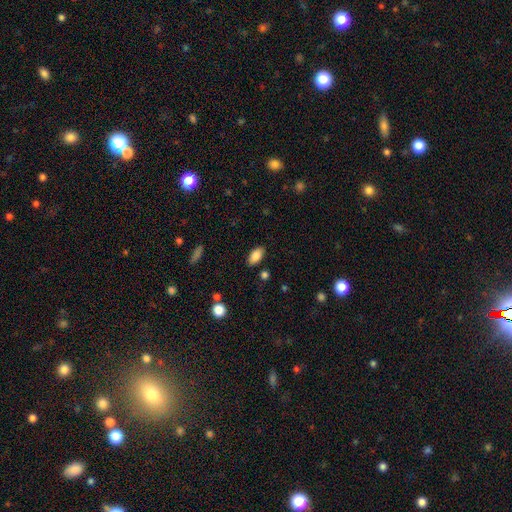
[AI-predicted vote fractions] A smooth galaxy with no disk features (86%) that is in between round and cigar-shaped (93%).

Vote fractions:
- Smooth or featured? smooth: 86% / star or artifact: 8% / featured or disk: 7%
- How rounded? in between: 93% / cigar-shaped: 4% / round: 3%
- Merging? none: 86% / minor disturbance: 10% / major disturbance: 2% / merger: 2%